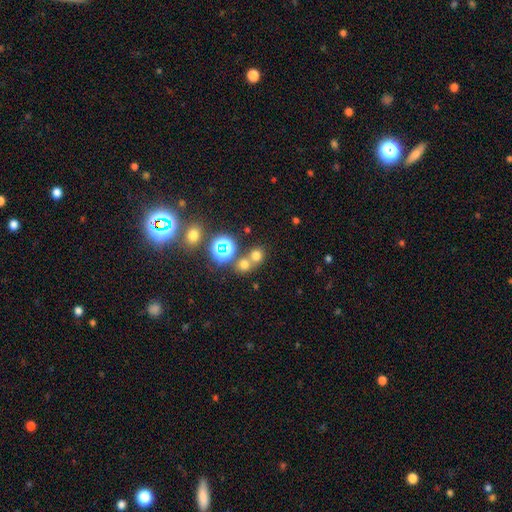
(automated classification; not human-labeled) The model was most divided on "merging": none: 56%, merger: 34%, minor disturbance: 6%, major disturbance: 3%. More confident: how rounded — round (84%); smooth or featured — smooth (64%).